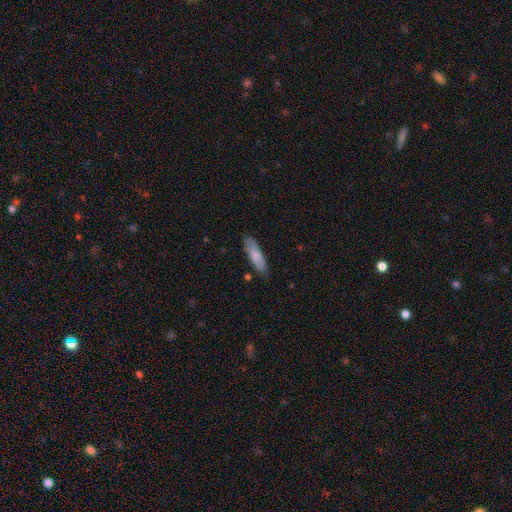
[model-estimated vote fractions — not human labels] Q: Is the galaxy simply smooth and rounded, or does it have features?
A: smooth — 81%.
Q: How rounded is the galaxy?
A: cigar-shaped — 57%.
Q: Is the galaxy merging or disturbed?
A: none — 82%.